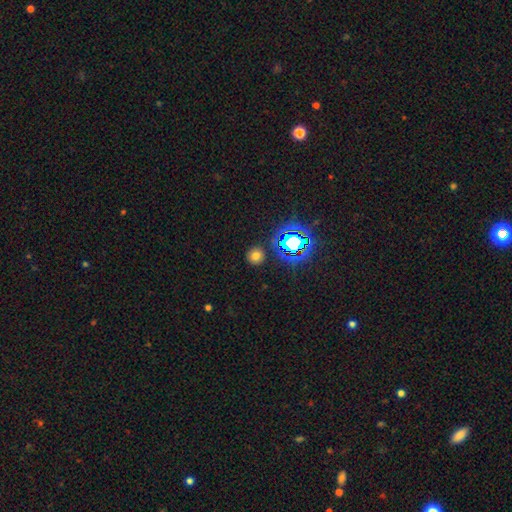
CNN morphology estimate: Overall: smooth (67%). How rounded: round (90%). Merging: none (88%).